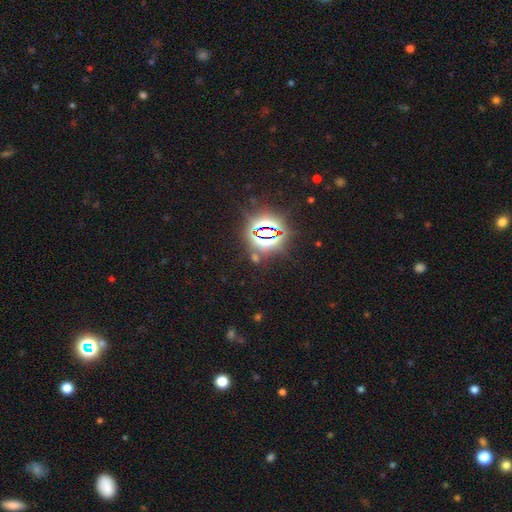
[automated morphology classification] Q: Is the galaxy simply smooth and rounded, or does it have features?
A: star or artifact — 82%.